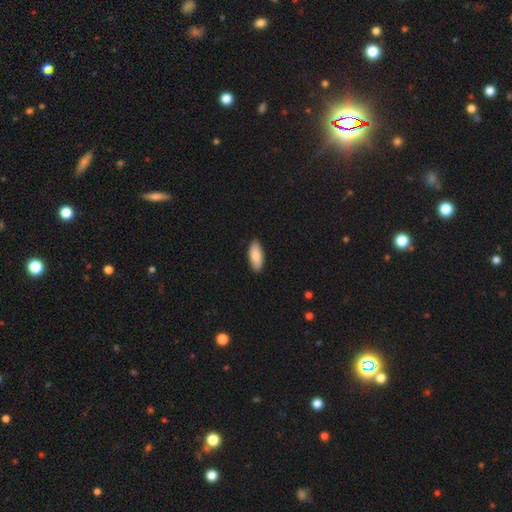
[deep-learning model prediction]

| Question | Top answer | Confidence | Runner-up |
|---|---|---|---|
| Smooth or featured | smooth | 87% | featured or disk (7%) |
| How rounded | in between | 82% | cigar-shaped (16%) |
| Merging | none | 90% | minor disturbance (8%) |